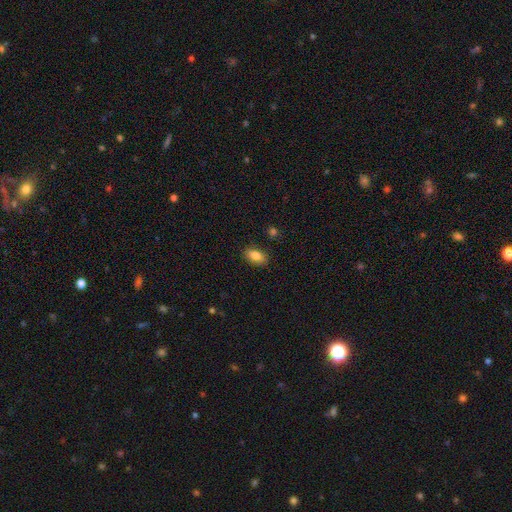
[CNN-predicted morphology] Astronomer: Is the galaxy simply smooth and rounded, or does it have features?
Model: smooth — 82%.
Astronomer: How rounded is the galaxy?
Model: in between — 89%.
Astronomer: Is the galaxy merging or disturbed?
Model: none — 87%.